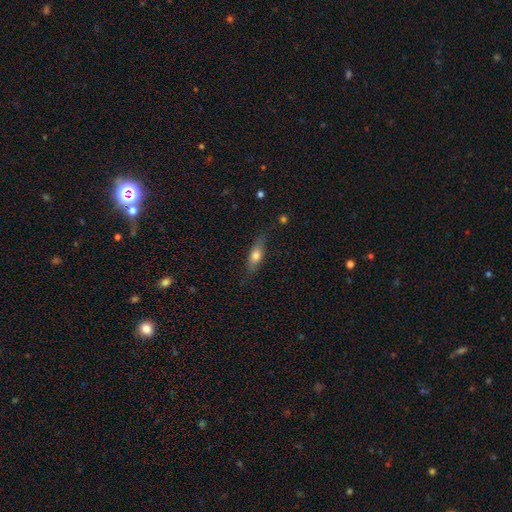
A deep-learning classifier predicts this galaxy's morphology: smooth_or_featured: smooth (p=0.65) [alt: featured or disk p=0.28]
how_rounded: in between (p=0.55) [alt: cigar-shaped p=0.41]
merging: none (p=0.78) [alt: minor disturbance p=0.16]